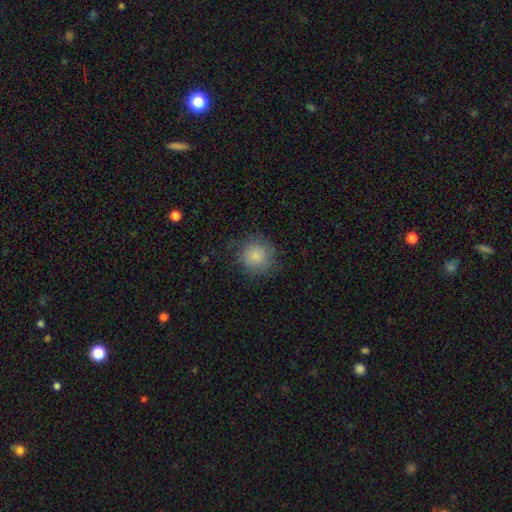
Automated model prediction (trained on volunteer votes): smooth 84%, star or artifact 9%, featured or disk 7%. Down the decision tree: how rounded — round (93%); merging — none (80%).